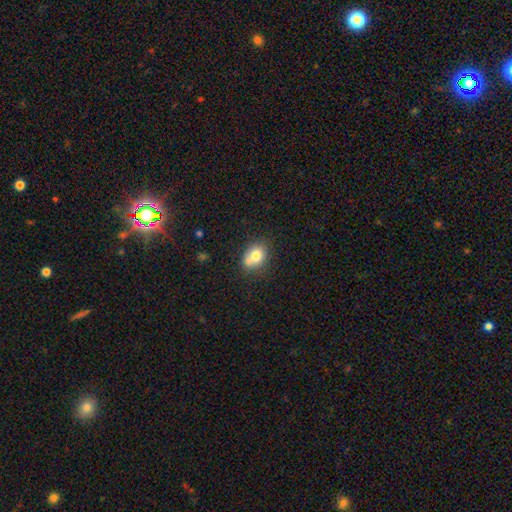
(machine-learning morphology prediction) A smooth galaxy with no disk features (75%) that is in between round and cigar-shaped (59%). Merging: none (55%).